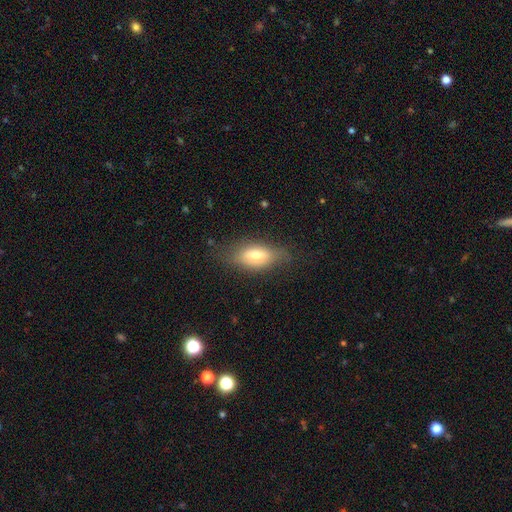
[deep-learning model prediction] Smooth or featured? smooth (59%)
How rounded? in between (77%)
Merging? none (70%)